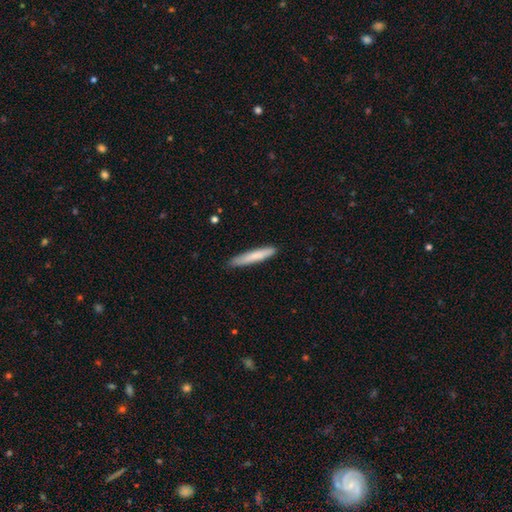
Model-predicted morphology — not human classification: smooth 75%, featured or disk 19%, star or artifact 5%. Down the decision tree: how rounded — cigar-shaped (94%); merging — none (87%).